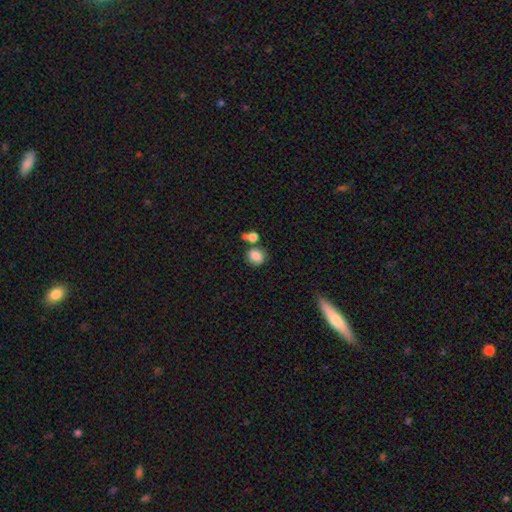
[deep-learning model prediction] Smooth or featured? Predicted: smooth (p=0.85). How rounded? Predicted: round (p=0.70). Merging? Predicted: none (p=0.61).